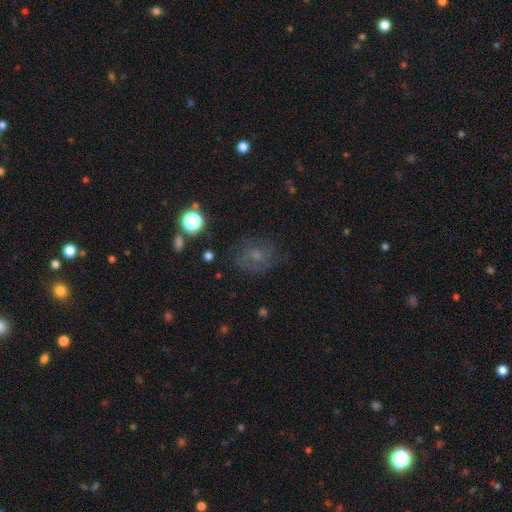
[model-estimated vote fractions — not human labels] featured or disk 42%, smooth 37%, star or artifact 21%. Down the decision tree: merging — none (68%).